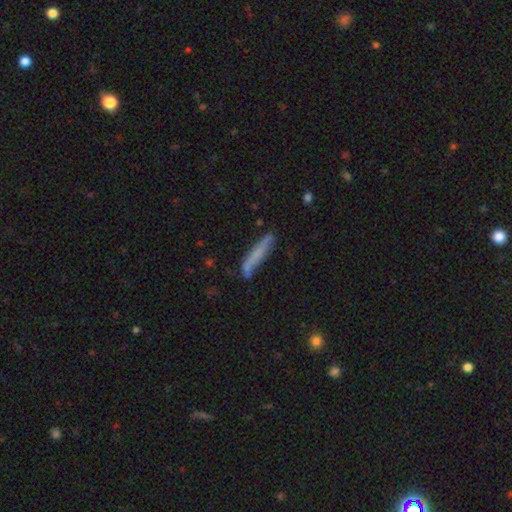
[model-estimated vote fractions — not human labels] smooth 62%, featured or disk 31%, star or artifact 7%. Down the decision tree: how rounded — cigar-shaped (94%); merging — none (74%).